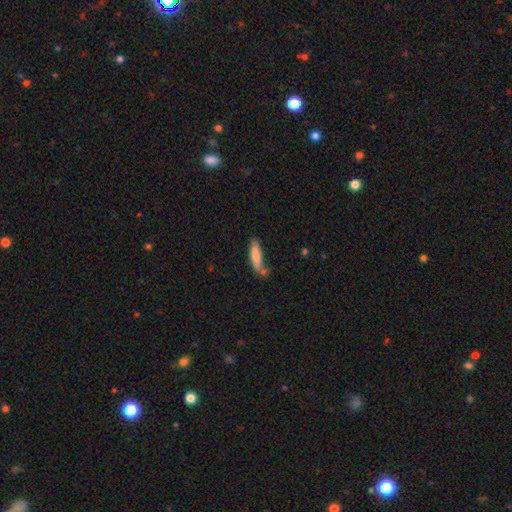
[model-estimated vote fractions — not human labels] The model was most divided on "merging": none: 61%, minor disturbance: 21%, merger: 12%, major disturbance: 5%. More confident: smooth or featured — smooth (81%); how rounded — cigar-shaped (74%).